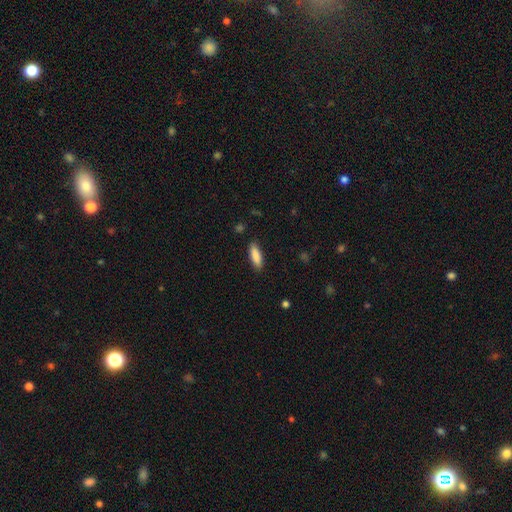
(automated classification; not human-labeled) This appears to be a smooth galaxy with no disk features (88%) that is in between round and cigar-shaped (57%). Merging: none (87%).